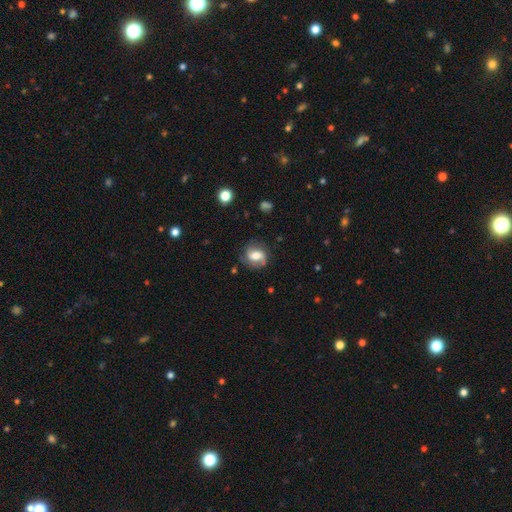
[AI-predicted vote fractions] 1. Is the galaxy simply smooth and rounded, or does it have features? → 49% featured or disk, 42% smooth, 9% star or artifact.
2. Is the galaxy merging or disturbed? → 70% none, 20% minor disturbance, 8% major disturbance, 2% merger.